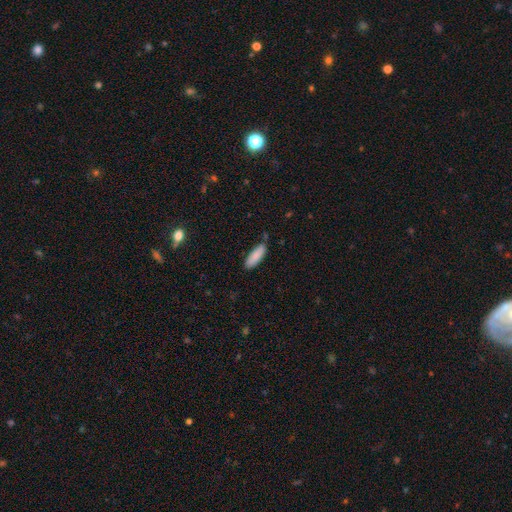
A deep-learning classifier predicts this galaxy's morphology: Q: Smooth or featured?
A: smooth (88%); runner-up: featured or disk (6%)
Q: How rounded?
A: in between (58%); runner-up: cigar-shaped (41%)
Q: Merging?
A: none (79%); runner-up: minor disturbance (16%)